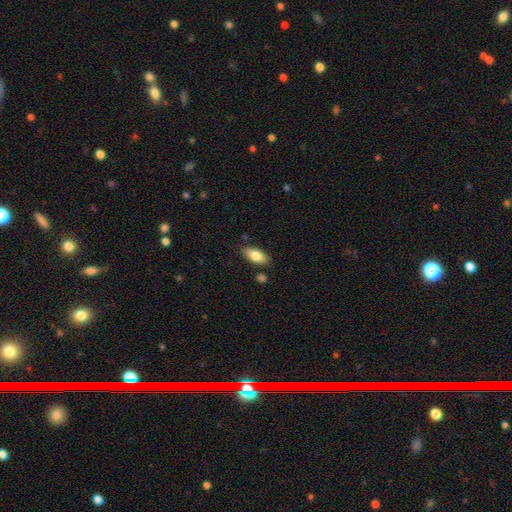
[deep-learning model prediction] A smooth galaxy with no disk features (79%) that is in between round and cigar-shaped (89%). Merging: none (83%).